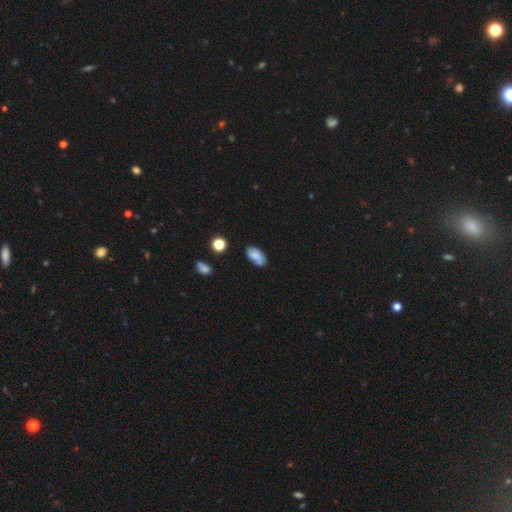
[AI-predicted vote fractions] smooth-or-featured: smooth: 71% | featured or disk: 20% | star or artifact: 9%
  how-rounded: in between: 92% | round: 4% | cigar-shaped: 4%
  merging: none: 64% | minor disturbance: 23% | merger: 7% | major disturbance: 5%